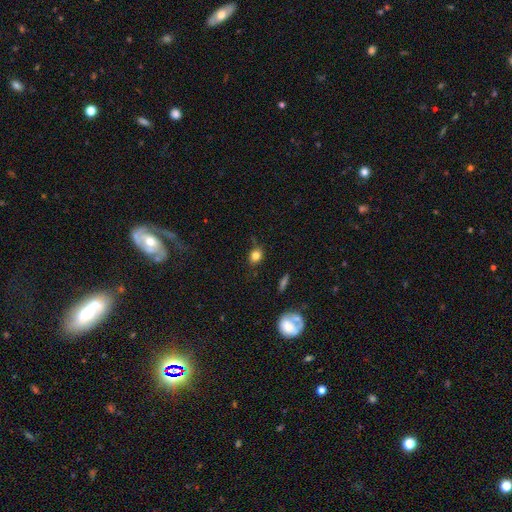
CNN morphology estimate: Smooth or featured? smooth (81%)
How rounded? round (54%)
Merging? none (75%)